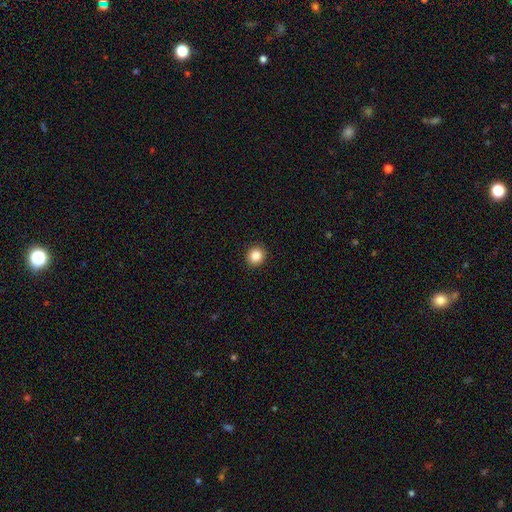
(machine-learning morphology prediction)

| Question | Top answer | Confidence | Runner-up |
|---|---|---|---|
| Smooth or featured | smooth | 87% | star or artifact (10%) |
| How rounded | round | 85% | in between (14%) |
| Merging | none | 92% | minor disturbance (5%) |